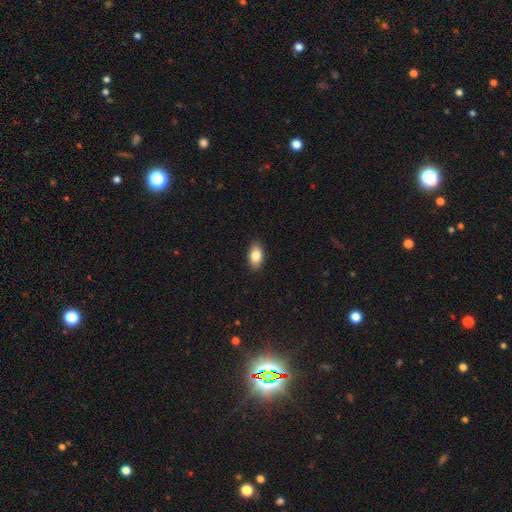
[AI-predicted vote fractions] Smooth or featured: smooth — 85% (featured or disk — 8%)
How rounded: in between — 92% (round — 5%)
Merging: none — 89% (minor disturbance — 8%)